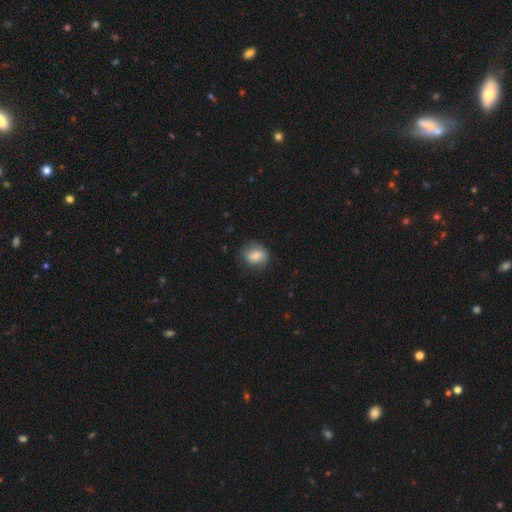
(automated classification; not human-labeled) Morphology: type=smooth (79%); roundness=in between (51%); merging=none (72%).